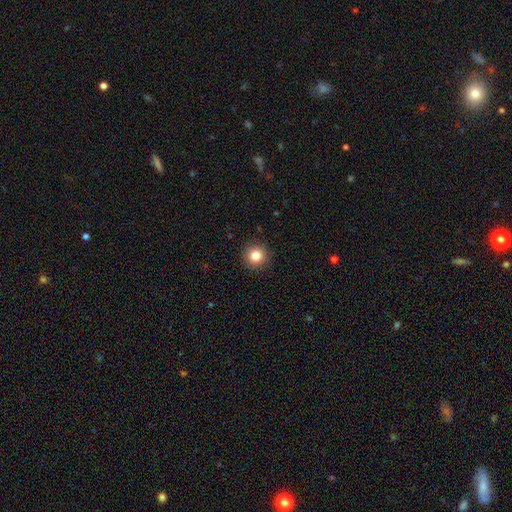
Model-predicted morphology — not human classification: Smooth or featured? Predicted: smooth (p=0.84). How rounded? Predicted: round (p=0.94). Merging? Predicted: none (p=0.92).